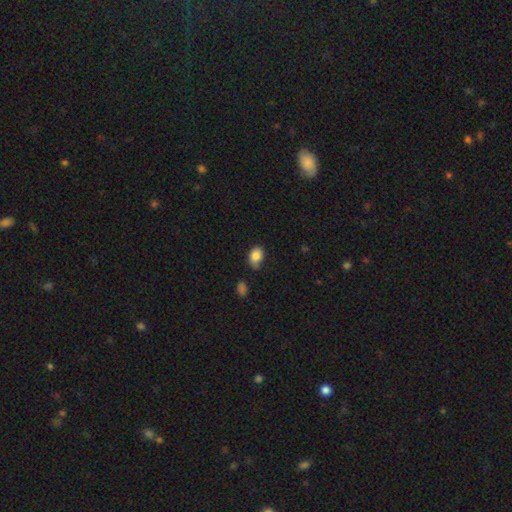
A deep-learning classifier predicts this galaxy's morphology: A smooth galaxy with no disk features (86%) that is in between round and cigar-shaped (76%).

Vote fractions:
- Smooth or featured? smooth: 86% / star or artifact: 9% / featured or disk: 5%
- How rounded? in between: 76% / round: 23% / cigar-shaped: 1%
- Merging? none: 60% / minor disturbance: 31% / major disturbance: 6% / merger: 3%